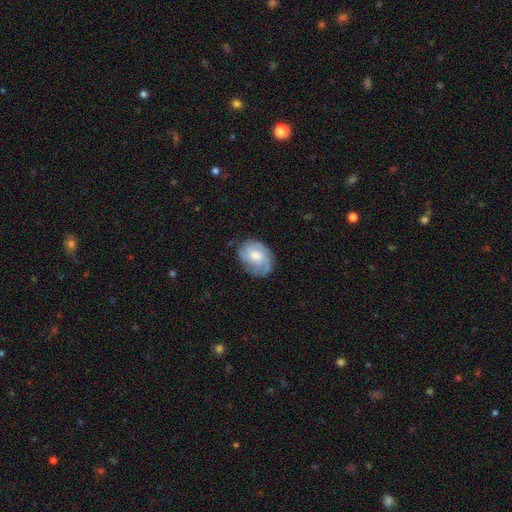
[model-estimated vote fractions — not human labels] The model was most divided on "smooth or featured": featured or disk: 57%, smooth: 36%, star or artifact: 7%. More confident: edge-on disk — no (97%); spiral arms — yes (86%); merging — none (68%); bar — no (67%); bulge size — moderate (54%).